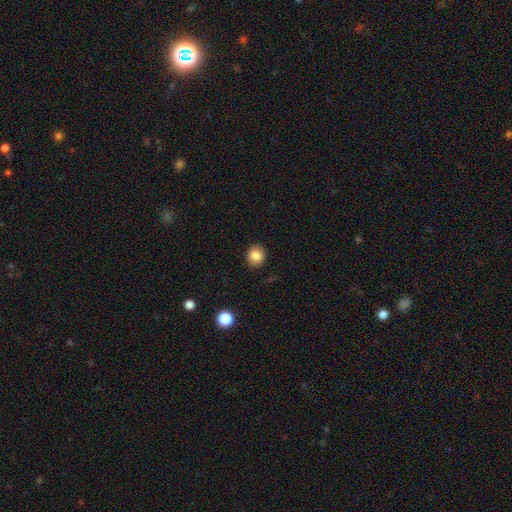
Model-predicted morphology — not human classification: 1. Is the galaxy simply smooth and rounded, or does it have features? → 84% smooth, 10% star or artifact, 6% featured or disk.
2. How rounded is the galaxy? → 80% round, 19% in between, 1% cigar-shaped.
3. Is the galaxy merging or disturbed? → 90% none, 7% minor disturbance, 2% major disturbance, 1% merger.